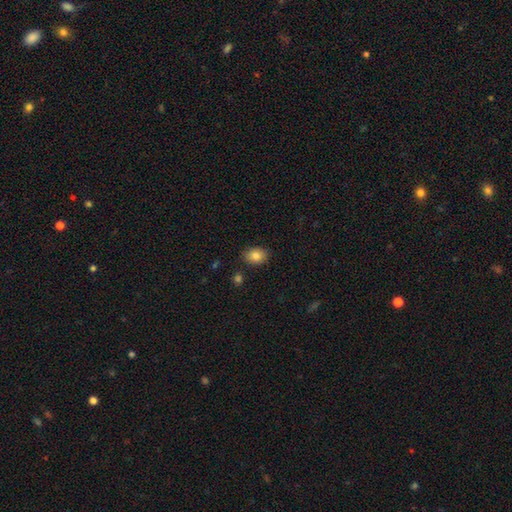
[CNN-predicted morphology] Overall: smooth (84%). How rounded: in between (69%; round 30%). Merging: none (84%).